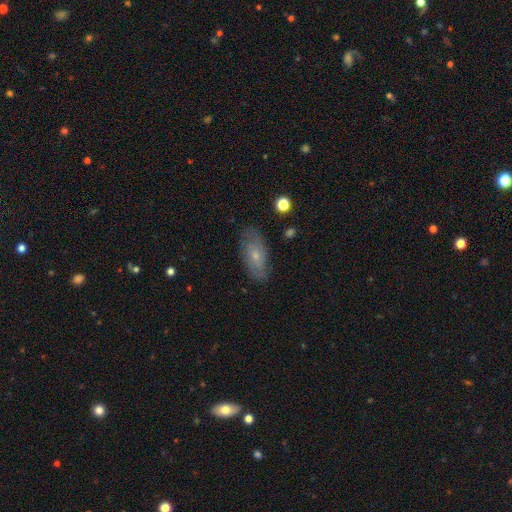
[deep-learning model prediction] Smooth or featured? featured or disk (46%)
Merging? none (78%)